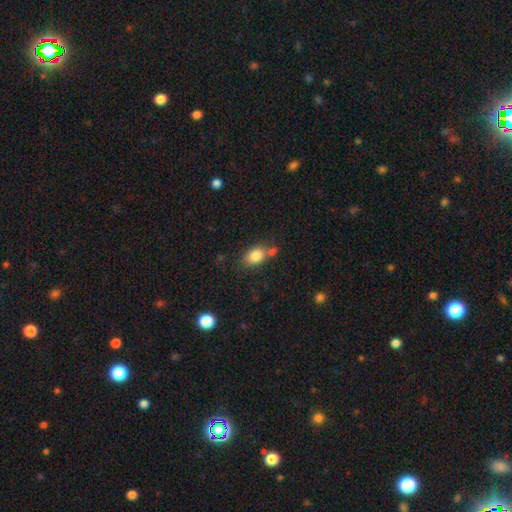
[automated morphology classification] smooth_or_featured: smooth (p=0.83) [alt: star or artifact p=0.09]
how_rounded: in between (p=0.79) [alt: round p=0.19]
merging: none (p=0.59) [alt: merger p=0.19]